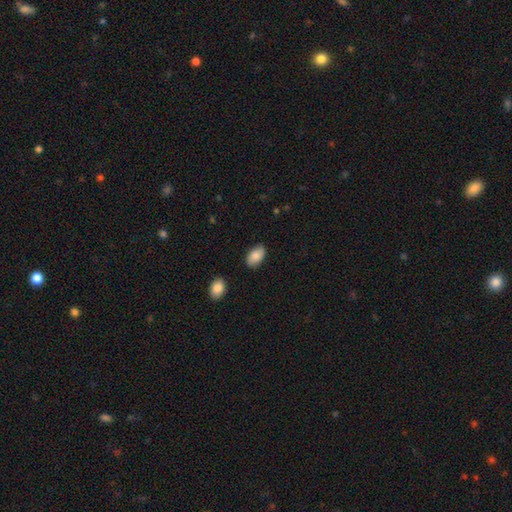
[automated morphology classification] smooth-or-featured: smooth: 86% | featured or disk: 8% | star or artifact: 7%
  how-rounded: in between: 93% | round: 5% | cigar-shaped: 1%
  merging: none: 83% | minor disturbance: 13% | major disturbance: 2% | merger: 2%